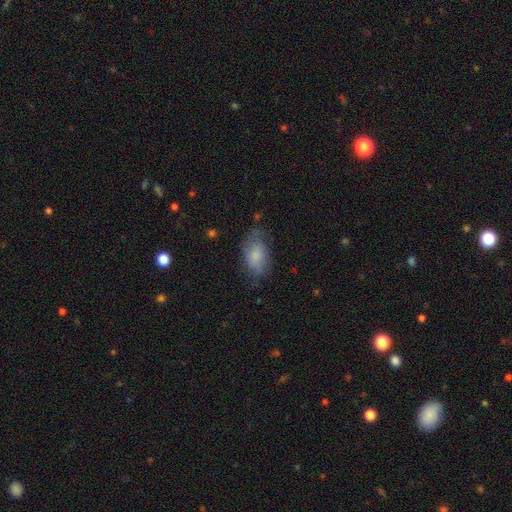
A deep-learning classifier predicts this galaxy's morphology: smooth_or_featured: smooth (p=0.68) [alt: featured or disk p=0.25]
how_rounded: in between (p=0.90) [alt: round p=0.08]
merging: none (p=0.58) [alt: minor disturbance p=0.28]